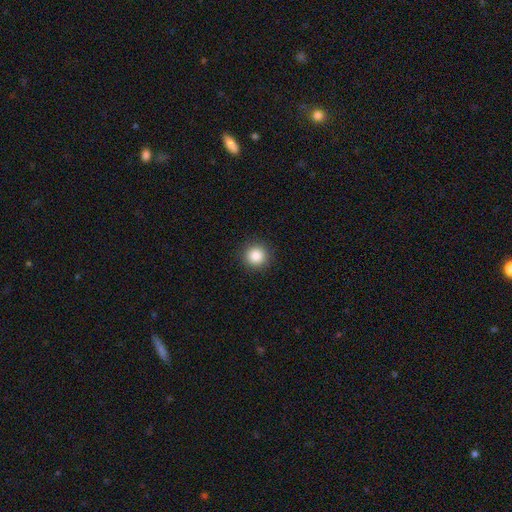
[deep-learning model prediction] Q: Smooth or featured?
A: smooth (87%); runner-up: star or artifact (10%)
Q: How rounded?
A: round (95%); runner-up: in between (4%)
Q: Merging?
A: none (92%); runner-up: minor disturbance (5%)